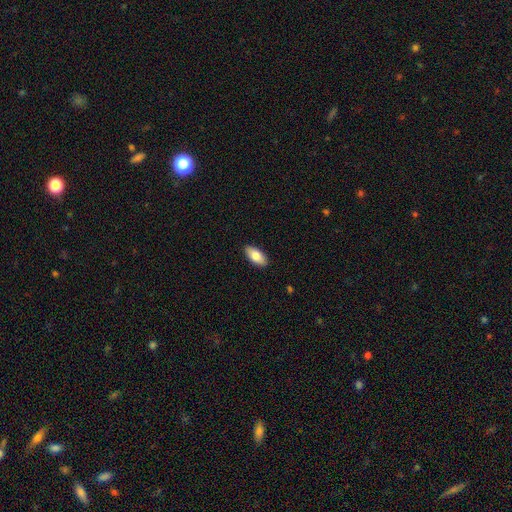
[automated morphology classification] Q: Smooth or featured?
A: smooth (82%); runner-up: featured or disk (12%)
Q: How rounded?
A: in between (90%); runner-up: cigar-shaped (8%)
Q: Merging?
A: none (90%); runner-up: minor disturbance (8%)